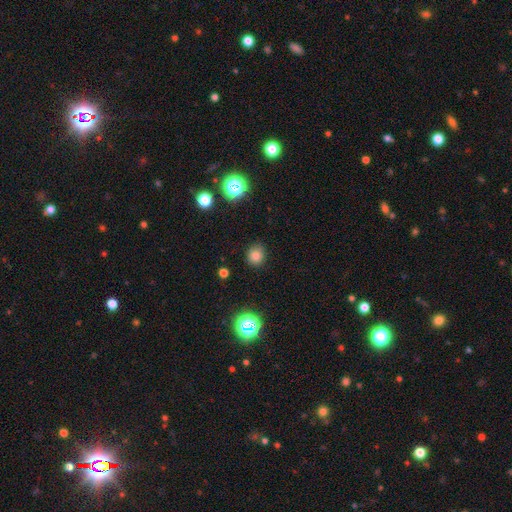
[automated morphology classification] Smooth or featured? Predicted: smooth (p=0.79). How rounded? Predicted: round (p=0.85). Merging? Predicted: none (p=0.86).